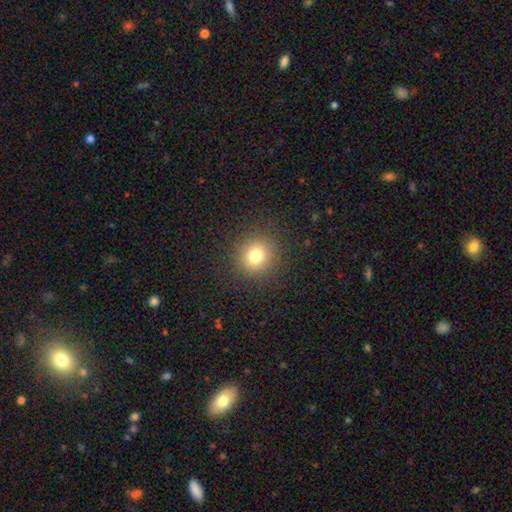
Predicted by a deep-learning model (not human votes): Smooth or featured? smooth (77%)
How rounded? round (89%)
Merging? none (89%)